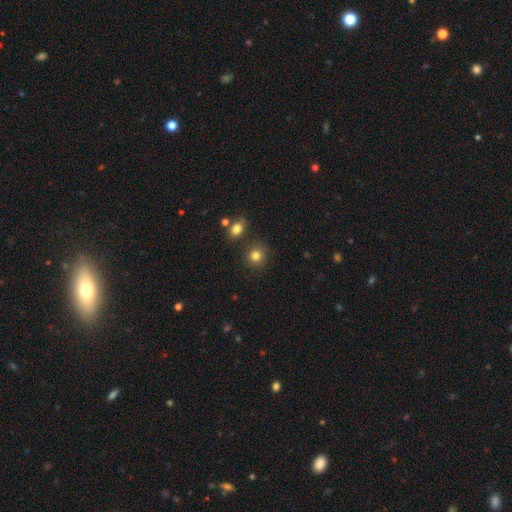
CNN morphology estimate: Smooth or featured?
  - smooth: 82% *
  - star or artifact: 12%
  - featured or disk: 6%
How rounded?
  - round: 87% *
  - in between: 12%
  - cigar-shaped: 1%
Merging?
  - none: 82% *
  - minor disturbance: 9%
  - merger: 6%
  - major disturbance: 3%